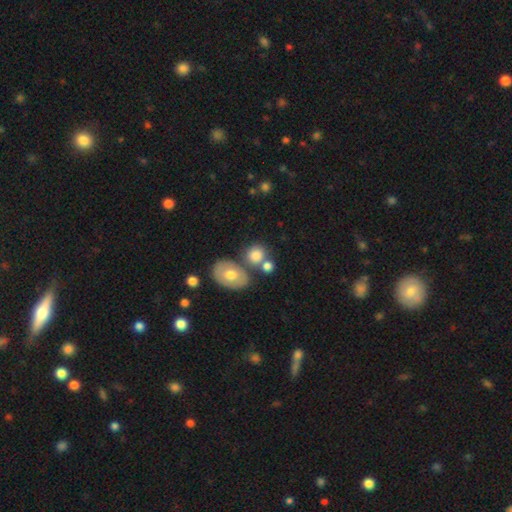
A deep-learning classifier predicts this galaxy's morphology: Overall: smooth (78%). How rounded: round (65%; in between 34%). Merging: none (56%; merger 26%).